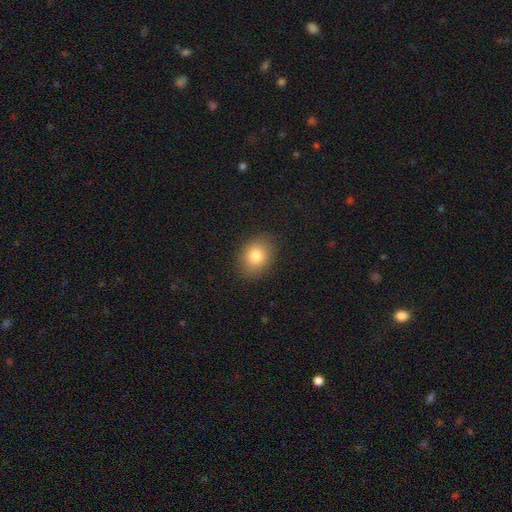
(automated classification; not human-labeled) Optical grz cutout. It shows a smooth galaxy with no disk features (81%) that is round (50%). Merging: none (87%).